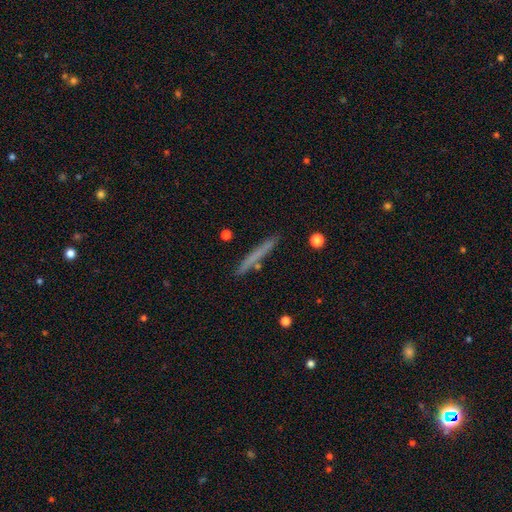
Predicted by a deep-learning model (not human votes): Morphology: type=smooth (61%); roundness=cigar-shaped (96%); merging=none (86%).